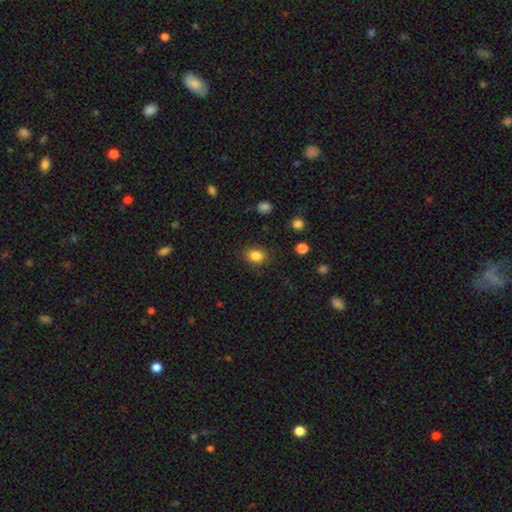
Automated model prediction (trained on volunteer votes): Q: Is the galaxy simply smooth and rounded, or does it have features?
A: smooth — 85%.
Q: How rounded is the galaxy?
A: in between — 59%.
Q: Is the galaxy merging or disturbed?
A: none — 85%.